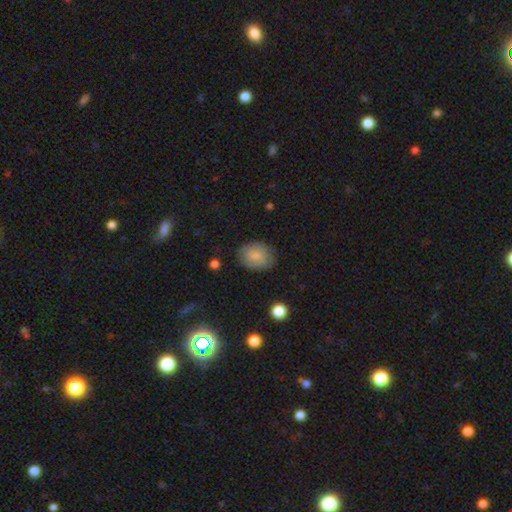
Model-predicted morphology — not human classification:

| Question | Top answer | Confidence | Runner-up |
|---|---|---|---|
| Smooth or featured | smooth | 70% | featured or disk (22%) |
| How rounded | in between | 58% | round (41%) |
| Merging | none | 76% | minor disturbance (18%) |